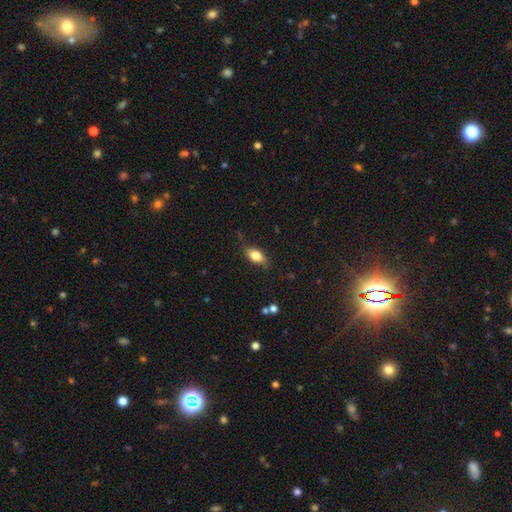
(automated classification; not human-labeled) Smooth or featured: smooth — 79% (featured or disk — 13%)
How rounded: in between — 86% (cigar-shaped — 8%)
Merging: none — 74% (minor disturbance — 19%)